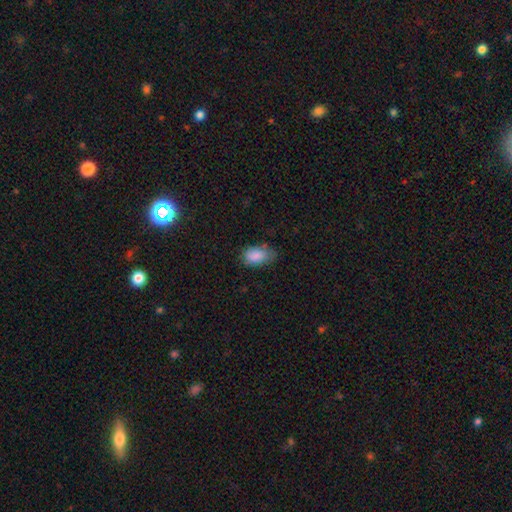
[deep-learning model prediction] A smooth galaxy with no disk features (87%) that is in between round and cigar-shaped (92%).

Vote fractions:
- Smooth or featured? smooth: 87% / star or artifact: 7% / featured or disk: 6%
- How rounded? in between: 92% / round: 6% / cigar-shaped: 2%
- Merging? none: 62% / minor disturbance: 30% / major disturbance: 7% / merger: 2%